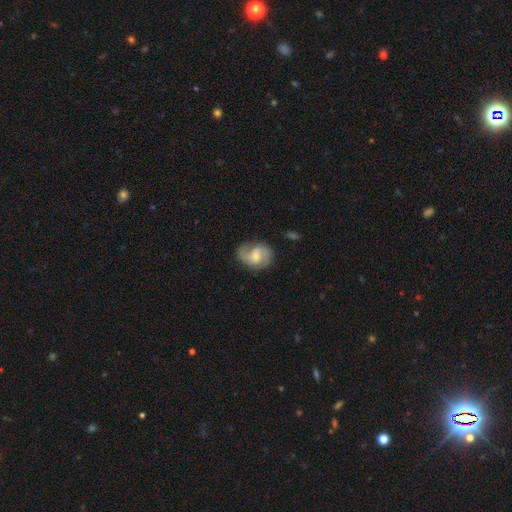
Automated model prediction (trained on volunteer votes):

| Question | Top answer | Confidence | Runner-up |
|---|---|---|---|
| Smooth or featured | featured or disk | 70% | smooth (23%) |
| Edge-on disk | no | 97% | yes (3%) |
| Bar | weak | 51% | no (38%) |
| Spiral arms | yes | 93% | no (7%) |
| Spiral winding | medium | 47% | loose (39%) |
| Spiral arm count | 2 | 85% | can't tell (6%) |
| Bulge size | small | 43% | tied: moderate (43%) |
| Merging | none | 68% | minor disturbance (22%) |